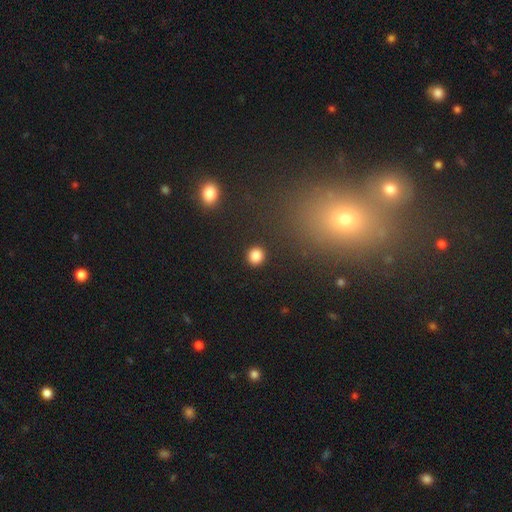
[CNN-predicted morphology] smooth 85%, star or artifact 11%, featured or disk 4%. Down the decision tree: how rounded — round (87%); merging — none (91%).